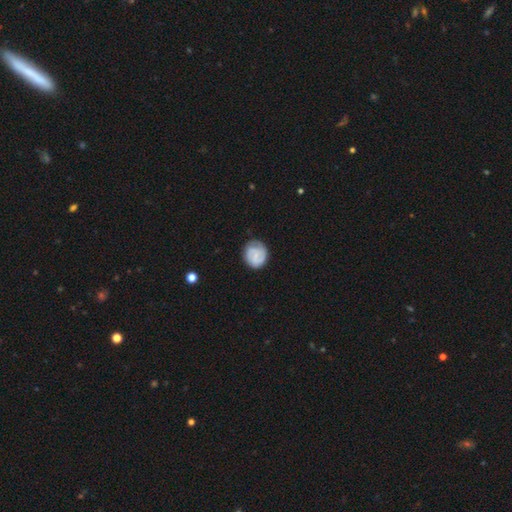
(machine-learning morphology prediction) This is possibly a featured or disk galaxy (51%). It is clearly not viewed edge-on (98%). Bar: possibly no (56%). Spiral arm pattern: clearly yes (87%). Central bulge: possibly small (49%). Merging: likely none (74%).